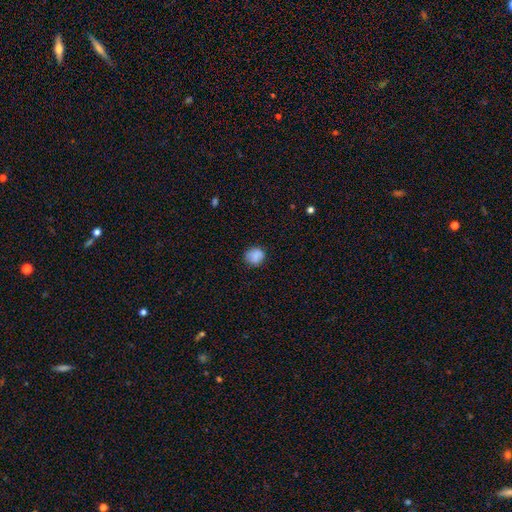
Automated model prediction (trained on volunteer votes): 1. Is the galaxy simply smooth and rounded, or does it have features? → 86% smooth, 9% star or artifact, 6% featured or disk.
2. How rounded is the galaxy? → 81% round, 18% in between, 1% cigar-shaped.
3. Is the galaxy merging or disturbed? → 82% none, 14% minor disturbance, 3% major disturbance, 1% merger.